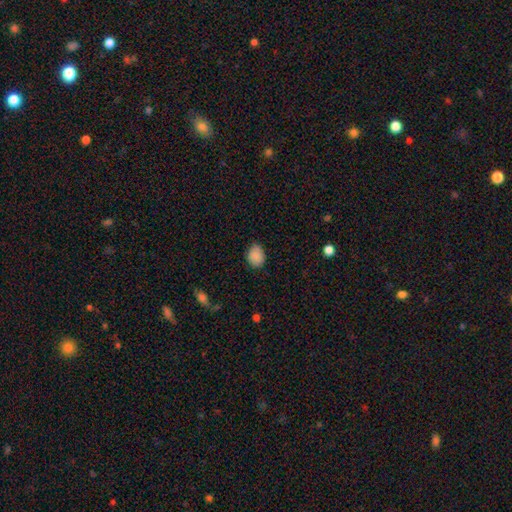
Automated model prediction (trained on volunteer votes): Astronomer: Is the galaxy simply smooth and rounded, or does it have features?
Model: smooth — 88%.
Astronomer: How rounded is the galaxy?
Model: in between — 57% (runner-up: round, 42%).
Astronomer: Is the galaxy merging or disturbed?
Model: none — 74%.